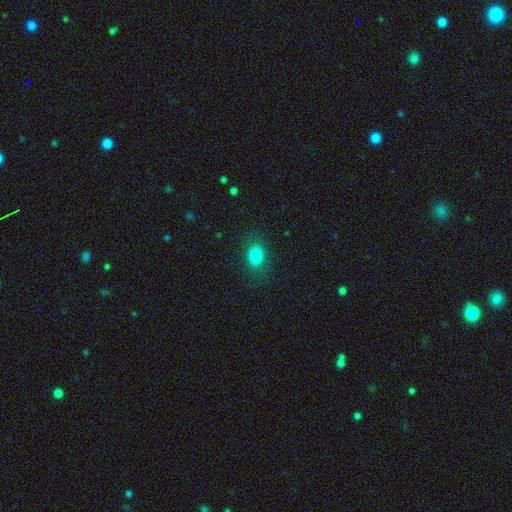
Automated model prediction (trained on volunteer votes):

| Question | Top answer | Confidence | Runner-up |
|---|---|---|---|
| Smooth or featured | smooth | 83% | star or artifact (11%) |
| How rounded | in between | 57% | round (42%) |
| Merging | none | 84% | minor disturbance (11%) |